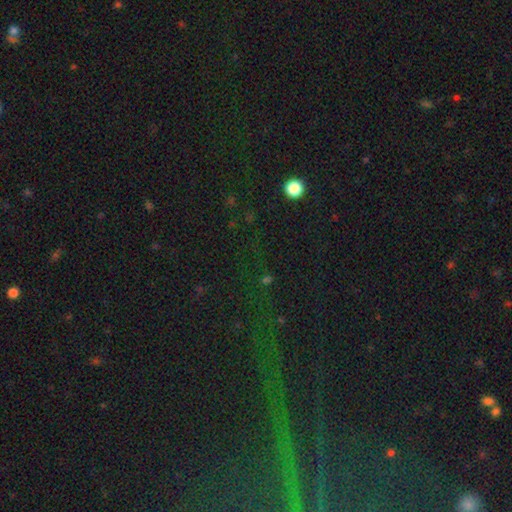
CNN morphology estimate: Overall: star or artifact (76%).